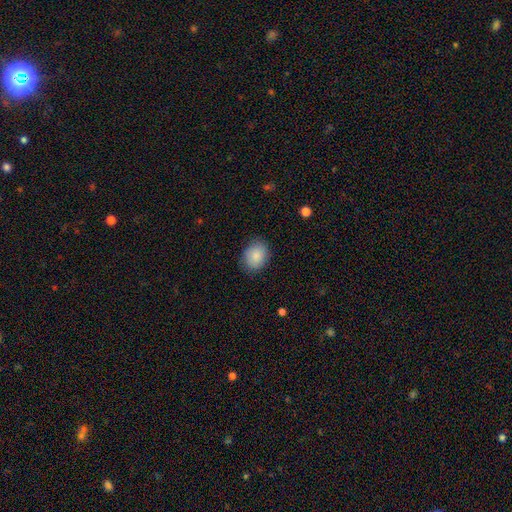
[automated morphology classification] Smooth or featured: smooth — 87% (star or artifact — 7%)
How rounded: in between — 54% (round — 46%)
Merging: none — 84% (minor disturbance — 12%)